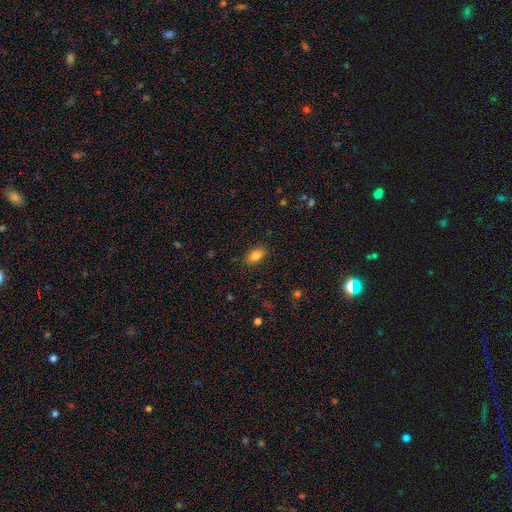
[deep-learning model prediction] Smooth or featured?
  - smooth: 83% *
  - star or artifact: 9%
  - featured or disk: 8%
How rounded?
  - in between: 88% *
  - round: 6%
  - cigar-shaped: 5%
Merging?
  - none: 86% *
  - minor disturbance: 10%
  - major disturbance: 3%
  - merger: 1%